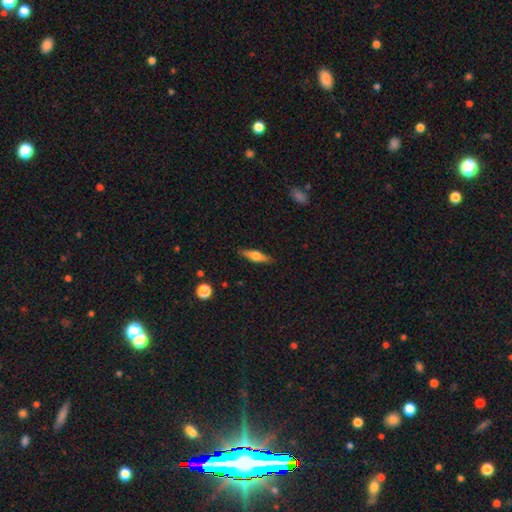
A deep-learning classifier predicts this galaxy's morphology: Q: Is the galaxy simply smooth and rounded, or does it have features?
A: featured or disk — 47%.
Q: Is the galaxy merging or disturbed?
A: none — 87%.